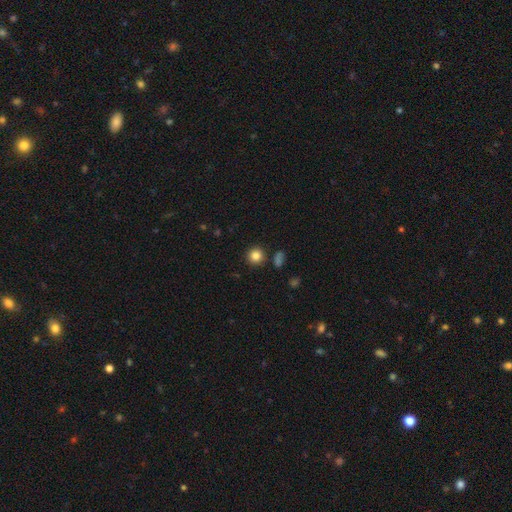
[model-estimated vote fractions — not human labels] This is clearly a smooth galaxy (84%). How rounded: clearly round (93%). Merging: clearly none (87%).